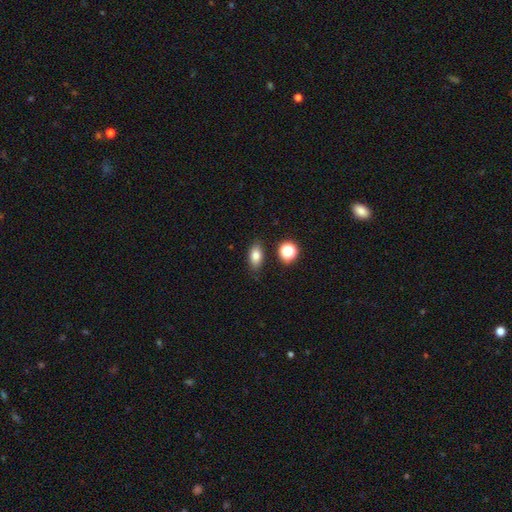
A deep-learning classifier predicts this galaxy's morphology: This appears to be a smooth galaxy with no disk features (81%) that is in between round and cigar-shaped (85%). Merging: none (83%).